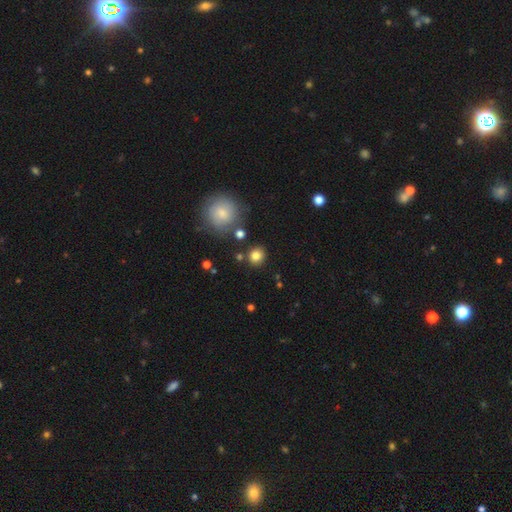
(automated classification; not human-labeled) Smooth or featured?
  - smooth: 82% *
  - star or artifact: 11%
  - featured or disk: 6%
How rounded?
  - round: 89% *
  - in between: 10%
  - cigar-shaped: 1%
Merging?
  - none: 84% *
  - minor disturbance: 8%
  - merger: 5%
  - major disturbance: 3%